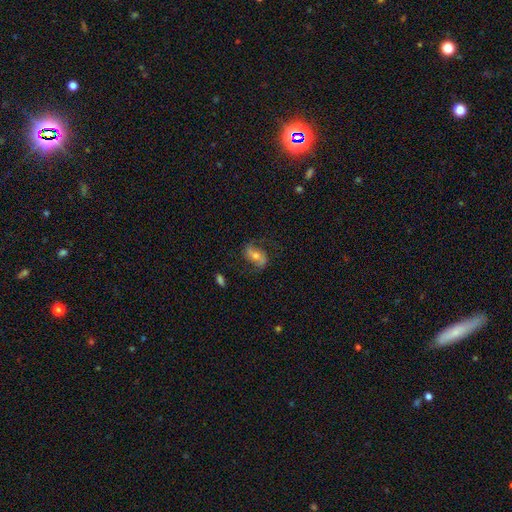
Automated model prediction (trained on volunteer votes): Smooth or featured?
  - featured or disk: 65% *
  - smooth: 26%
  - star or artifact: 9%
Edge-on disk?
  - no: 94% *
  - yes: 6%
Bar?
  - no: 39% *
  - weak: 33%
  - strong: 28%
Spiral arms?
  - yes: 88% *
  - no: 12%
Spiral winding?
  - loose: 57% *
  - medium: 32%
  - tight: 11%
Spiral arm count?
  - 2: 89% *
  - can't tell: 5%
  - 1: 3%
  - 3: 1%
  - 4: 1%
  - more than 4: 1%
Bulge size?
  - moderate: 59% *
  - small: 30%
  - large: 6%
  - none: 2%
  - dominant: 1%
Merging?
  - none: 71% *
  - minor disturbance: 17%
  - major disturbance: 10%
  - merger: 2%